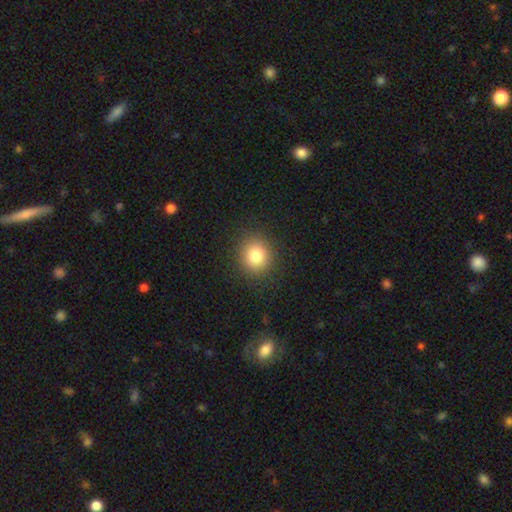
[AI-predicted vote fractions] Smooth or featured? smooth (81%)
How rounded? round (85%)
Merging? none (90%)